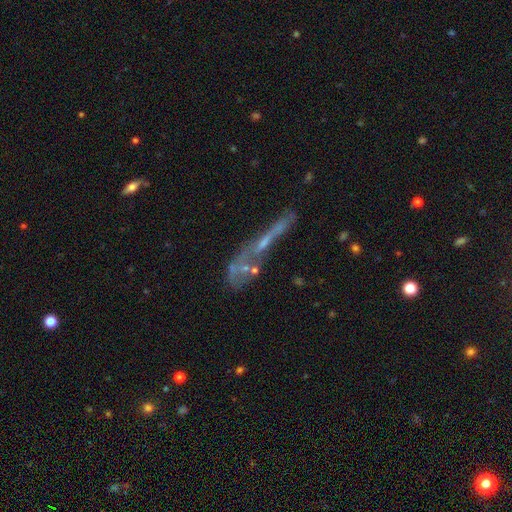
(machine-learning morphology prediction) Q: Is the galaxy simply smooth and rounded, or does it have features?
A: featured or disk — 48%.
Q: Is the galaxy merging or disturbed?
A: none — 36%.